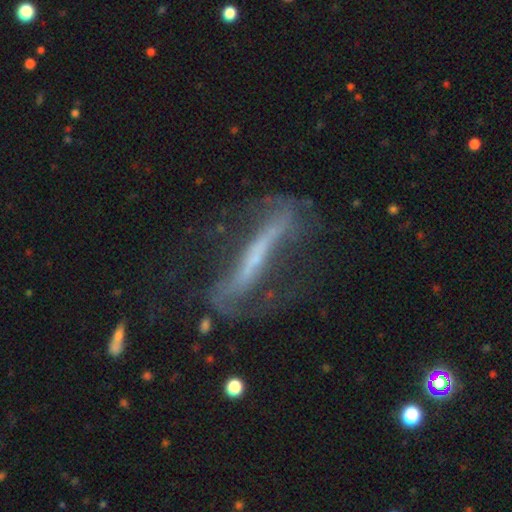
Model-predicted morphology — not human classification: Smooth or featured? Predicted: featured or disk (p=0.77). Edge-on disk? Predicted: yes (p=0.53). Merging? Predicted: none (p=0.57).